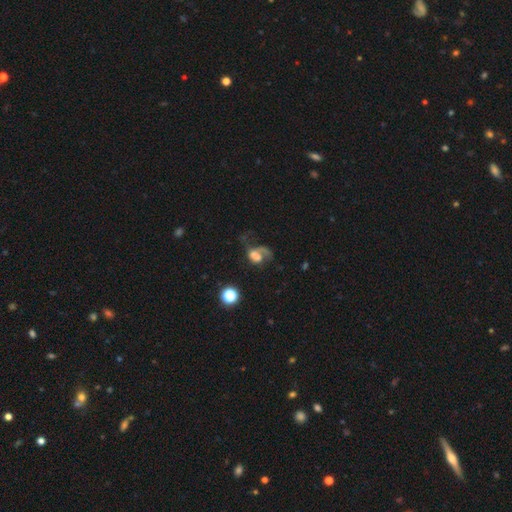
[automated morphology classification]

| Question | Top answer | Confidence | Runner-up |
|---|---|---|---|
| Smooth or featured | featured or disk | 46% | smooth (39%) |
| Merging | major disturbance | 50% | none (25%) |